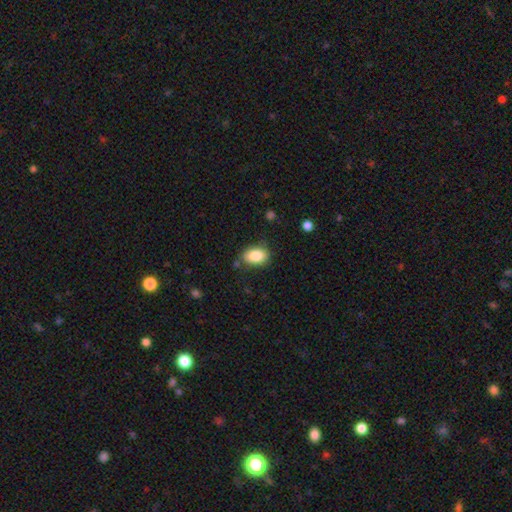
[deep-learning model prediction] The model was most divided on "merging": none: 80%, minor disturbance: 14%, major disturbance: 3%, merger: 3%. More confident: how rounded — in between (85%); smooth or featured — smooth (84%).